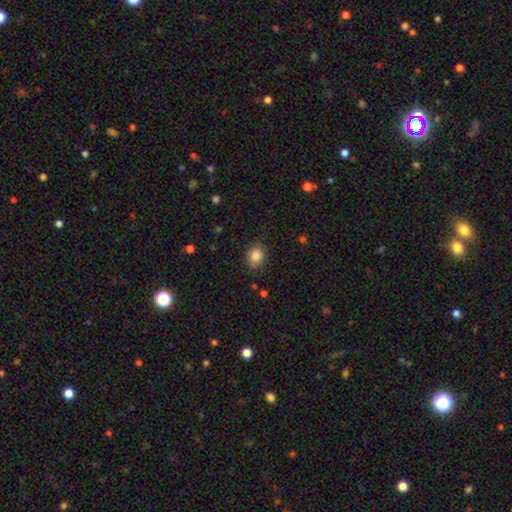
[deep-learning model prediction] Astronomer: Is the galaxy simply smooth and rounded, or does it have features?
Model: smooth — 86%.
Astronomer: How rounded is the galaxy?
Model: round — 54% (runner-up: in between, 45%).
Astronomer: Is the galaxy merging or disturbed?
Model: none — 83%.